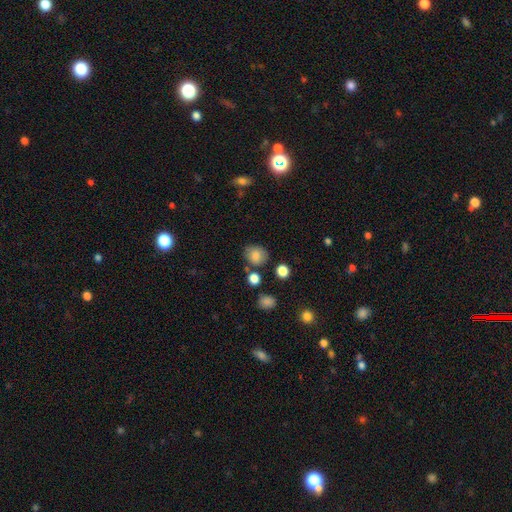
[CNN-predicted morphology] This is clearly a smooth galaxy (82%). How rounded: likely round (68%). Merging: likely none (75%).